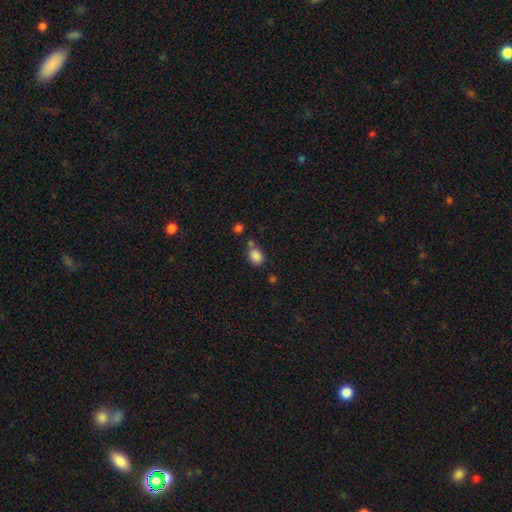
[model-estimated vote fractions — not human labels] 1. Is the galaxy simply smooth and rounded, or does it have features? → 86% smooth, 10% star or artifact, 5% featured or disk.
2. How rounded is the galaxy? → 52% in between, 46% round, 1% cigar-shaped.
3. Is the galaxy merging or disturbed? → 57% none, 21% merger, 17% minor disturbance, 5% major disturbance.